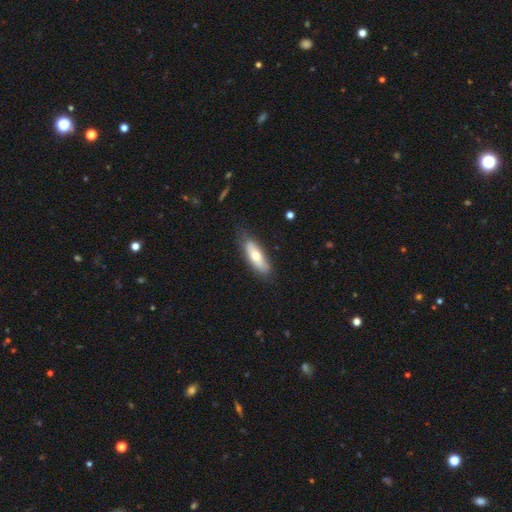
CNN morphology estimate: Smooth or featured?
  - smooth: 60% *
  - featured or disk: 34%
  - star or artifact: 6%
How rounded?
  - in between: 60% *
  - cigar-shaped: 37%
  - round: 2%
Merging?
  - none: 78% *
  - minor disturbance: 17%
  - major disturbance: 4%
  - merger: 1%